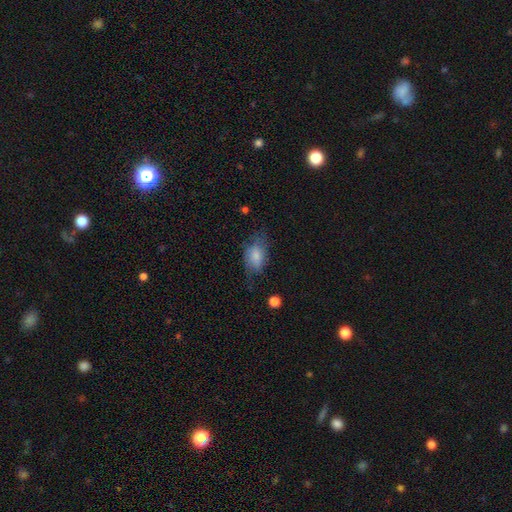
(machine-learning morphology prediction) Smooth or featured: smooth — 73% (featured or disk — 19%)
How rounded: in between — 88% (round — 9%)
Merging: none — 47% (minor disturbance — 32%)